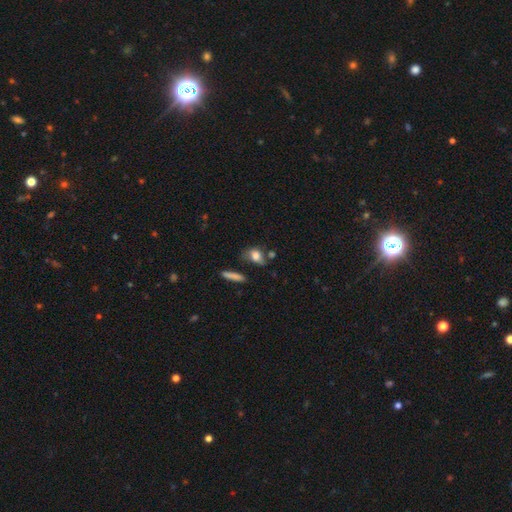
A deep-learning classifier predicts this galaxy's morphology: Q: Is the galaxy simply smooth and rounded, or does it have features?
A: smooth — 75%.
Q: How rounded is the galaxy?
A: in between — 67%.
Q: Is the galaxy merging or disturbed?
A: none — 46%.